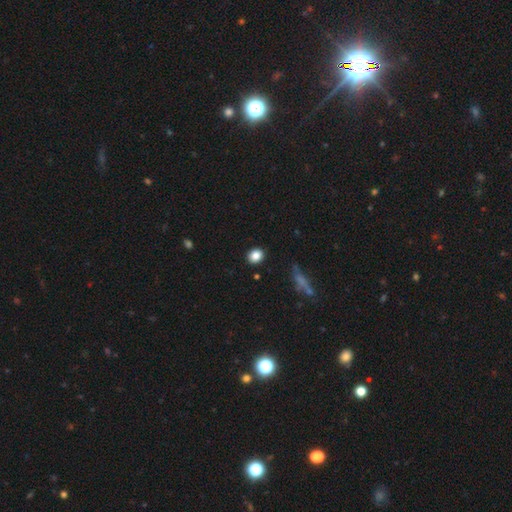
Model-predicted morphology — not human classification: The model was most divided on "how rounded": round: 68%, in between: 30%, cigar-shaped: 2%. More confident: merging — none (89%); smooth or featured — smooth (85%).